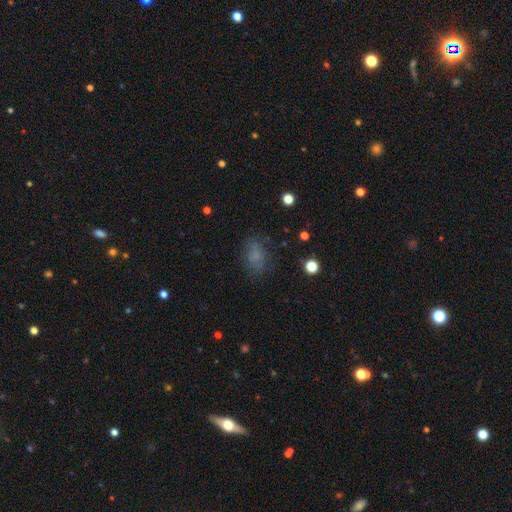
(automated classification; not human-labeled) A smooth galaxy with no disk features (63%) that is in between round and cigar-shaped (78%). Merging: none (64%).